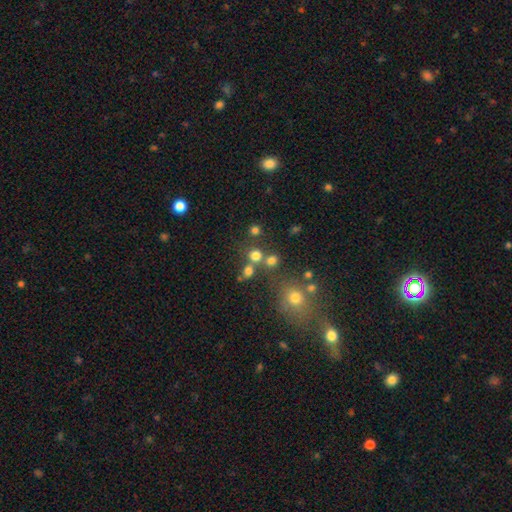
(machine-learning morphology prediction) A smooth galaxy with no disk features (73%) that is round (87%). Merging: none (63%).